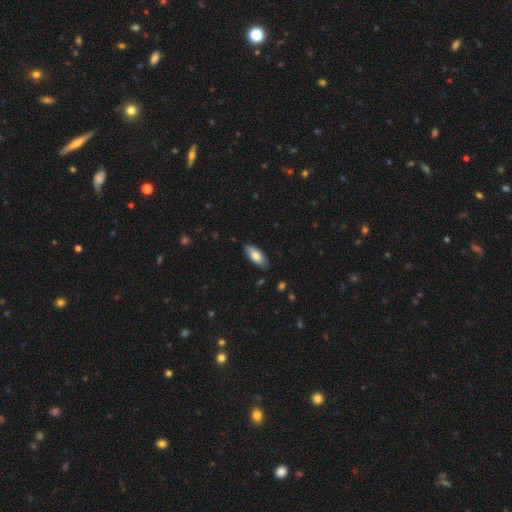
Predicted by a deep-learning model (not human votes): smooth_or_featured: smooth (p=0.76) [alt: featured or disk p=0.18]
how_rounded: in between (p=0.82) [alt: cigar-shaped p=0.16]
merging: none (p=0.85) [alt: minor disturbance p=0.12]